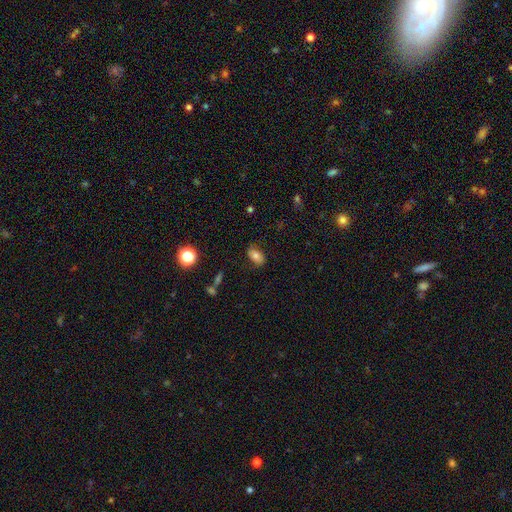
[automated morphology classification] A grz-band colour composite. It shows a smooth galaxy with no disk features (74%) that is in between round and cigar-shaped (90%). Merging: none (81%).